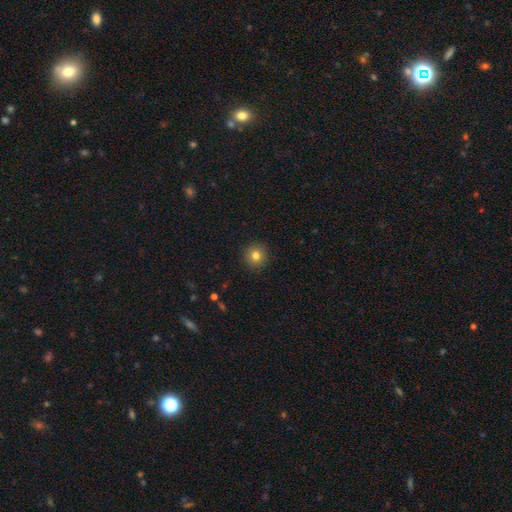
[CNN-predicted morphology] A smooth galaxy with no disk features (80%) that is round (94%). Merging: none (92%).